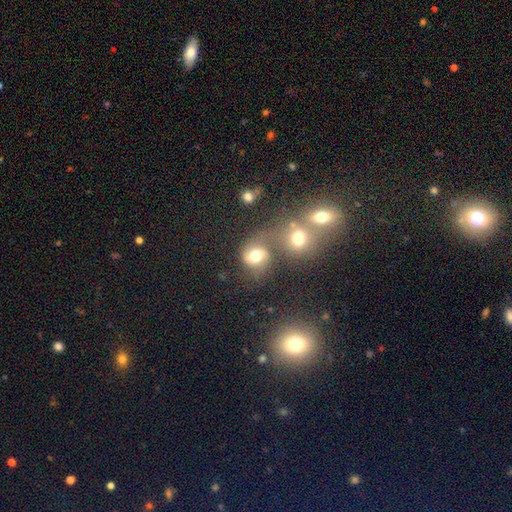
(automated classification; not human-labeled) This is possibly a smooth galaxy (55%). How rounded: likely round (68%). Merging: marginally merger (41%).